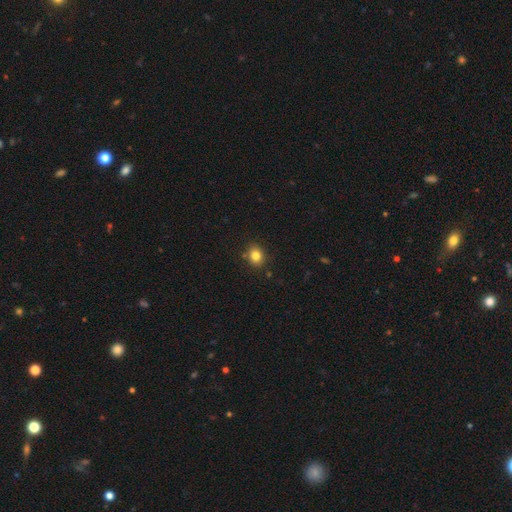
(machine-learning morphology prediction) type=smooth (83%); roundness=round (61%); merging=none (84%).